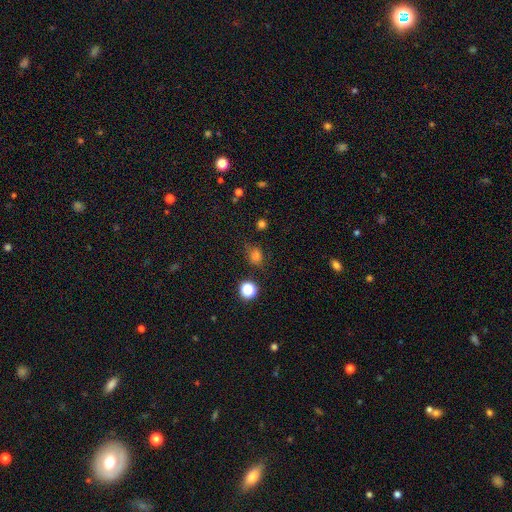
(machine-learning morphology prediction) type=smooth (70%); roundness=round (55%); merging=none (69%).